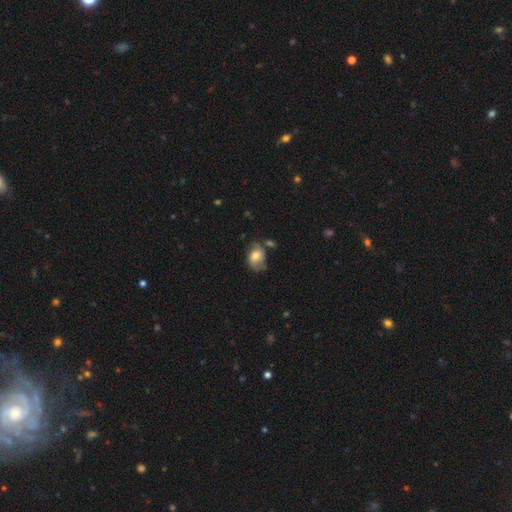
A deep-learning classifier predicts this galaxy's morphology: smooth 61%, featured or disk 31%, star or artifact 8%. Down the decision tree: how rounded — in between (74%); merging — none (46%).